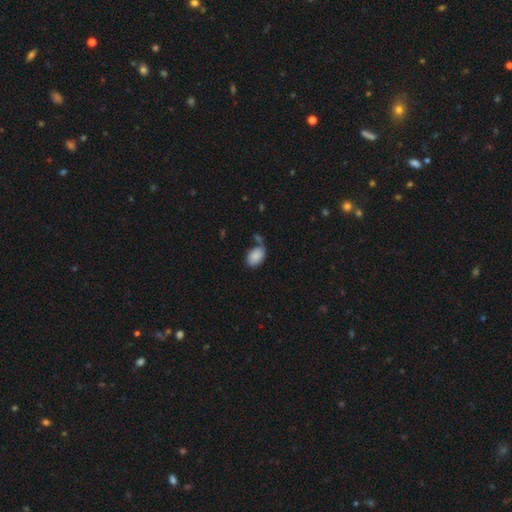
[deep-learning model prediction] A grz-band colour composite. It shows a smooth galaxy with no disk features (84%) that is in between round and cigar-shaped (86%). Merging: none (48%).